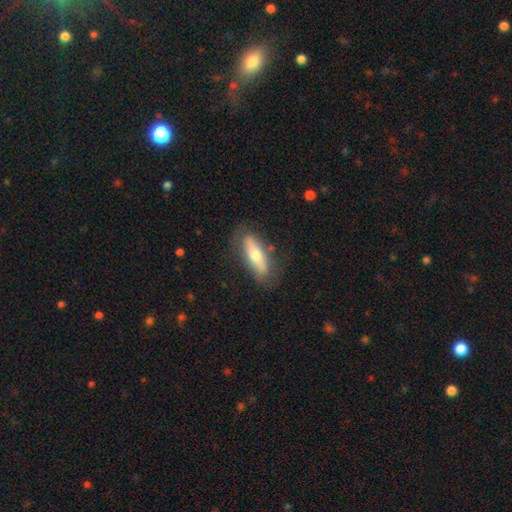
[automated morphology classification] Overall: smooth (57%; featured or disk 37%). How rounded: in between (49%, tied with cigar-shaped). Merging: none (78%).